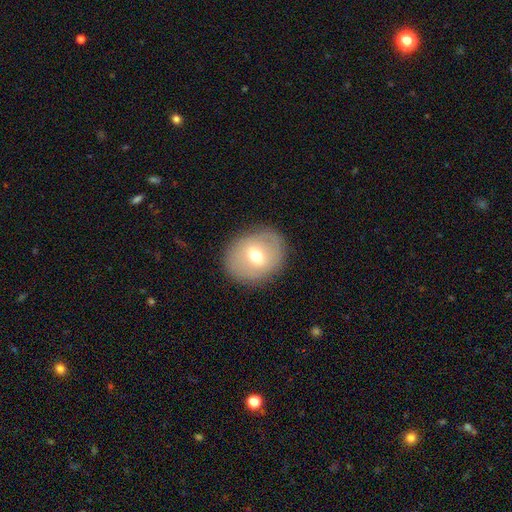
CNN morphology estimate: A smooth galaxy with no disk features (56%) that is round (68%).

Vote fractions:
- Smooth or featured? smooth: 56% / featured or disk: 35% / star or artifact: 9%
- How rounded? round: 68% / in between: 31% / cigar-shaped: 1%
- Merging? none: 86% / minor disturbance: 9% / major disturbance: 3% / merger: 1%